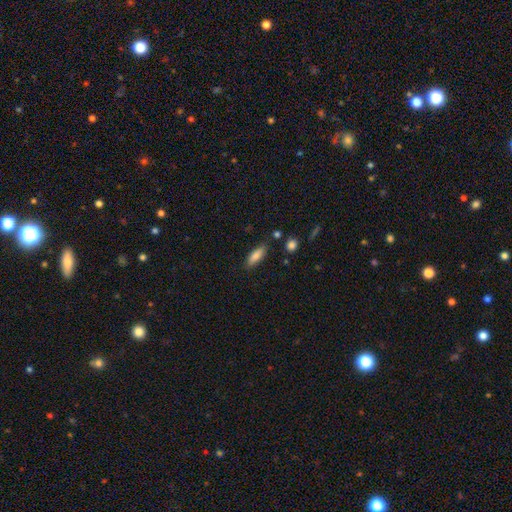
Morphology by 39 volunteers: Smooth or featured?
  - smooth: 77% *
  - featured or disk: 18%
  - star or artifact: 5%
How rounded?
  - in between: 53% *
  - cigar-shaped: 47%
  - round: 0%
Merging?
  - none: 95% *
  - minor disturbance: 3%
  - major disturbance: 3%
  - merger: 0%